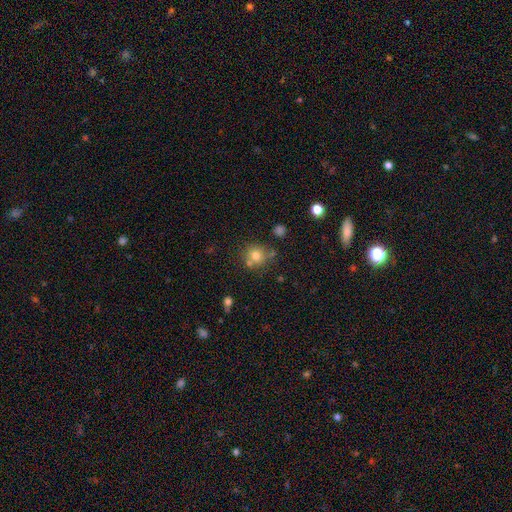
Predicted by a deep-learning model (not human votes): A smooth galaxy with no disk features (75%) that is round (88%). Merging: none (68%).